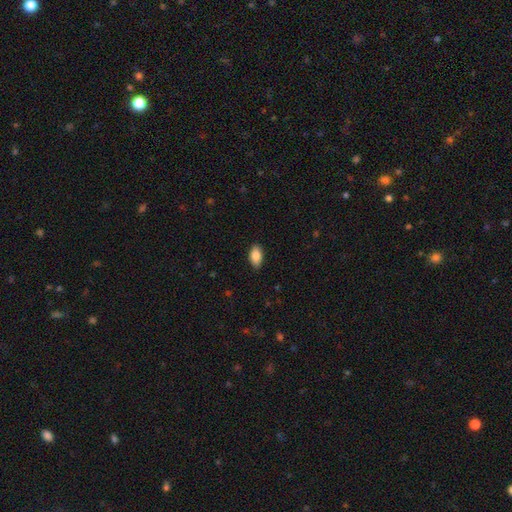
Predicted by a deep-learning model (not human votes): smooth-or-featured: smooth: 86% | star or artifact: 7% | featured or disk: 7%
  how-rounded: in between: 93% | round: 4% | cigar-shaped: 4%
  merging: none: 88% | minor disturbance: 9% | major disturbance: 2% | merger: 1%